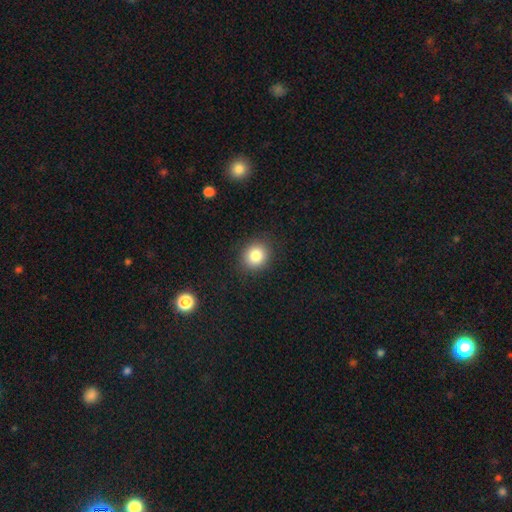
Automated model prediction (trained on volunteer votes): A smooth galaxy with no disk features (84%) that is round (80%).

Vote fractions:
- Smooth or featured? smooth: 84% / star or artifact: 10% / featured or disk: 6%
- How rounded? round: 80% / in between: 19% / cigar-shaped: 1%
- Merging? none: 89% / minor disturbance: 8% / major disturbance: 2% / merger: 1%